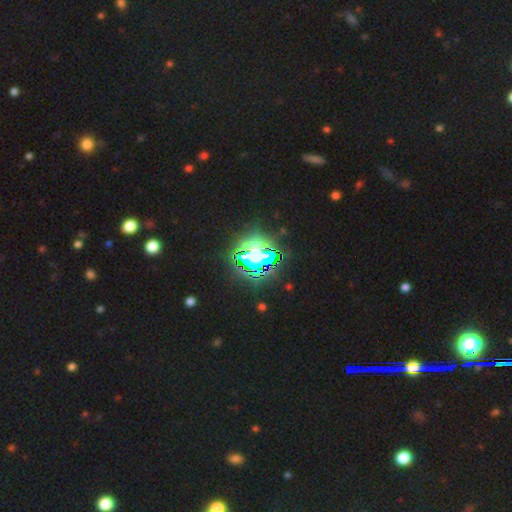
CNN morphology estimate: smooth-or-featured: star or artifact: 64% | smooth: 19% | featured or disk: 17%